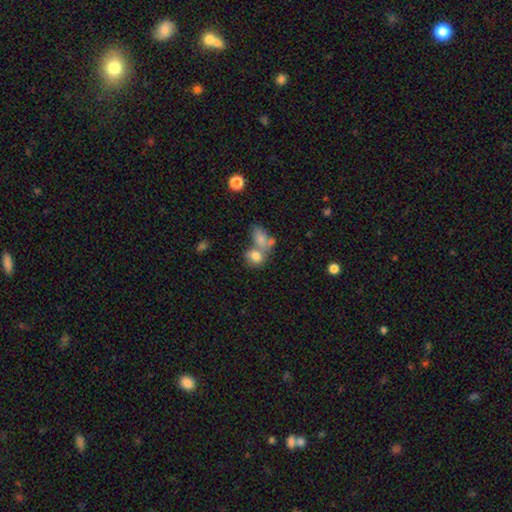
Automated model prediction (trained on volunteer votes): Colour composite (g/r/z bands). It shows a smooth galaxy with no disk features (77%) that is in between round and cigar-shaped (62%). Merging: merger (52%).